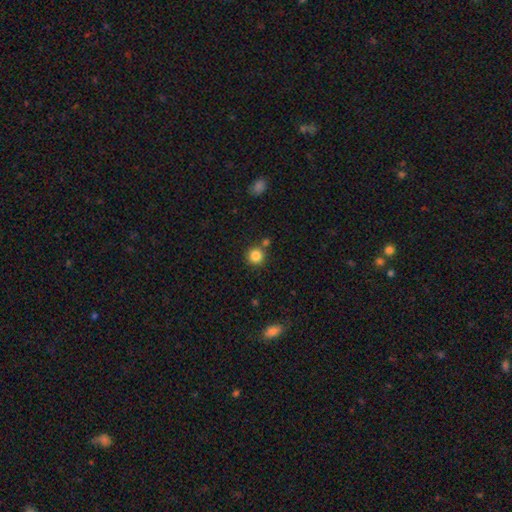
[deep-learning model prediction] Smooth or featured: smooth — 85% (star or artifact — 11%)
How rounded: round — 93% (in between — 6%)
Merging: none — 77% (merger — 12%)